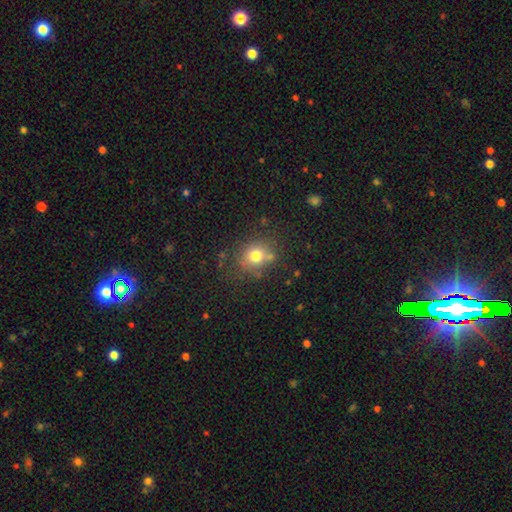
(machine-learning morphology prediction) Smooth or featured?
  - smooth: 74% *
  - star or artifact: 15%
  - featured or disk: 11%
How rounded?
  - round: 76% *
  - in between: 23%
  - cigar-shaped: 1%
Merging?
  - none: 71% *
  - minor disturbance: 15%
  - merger: 9%
  - major disturbance: 6%